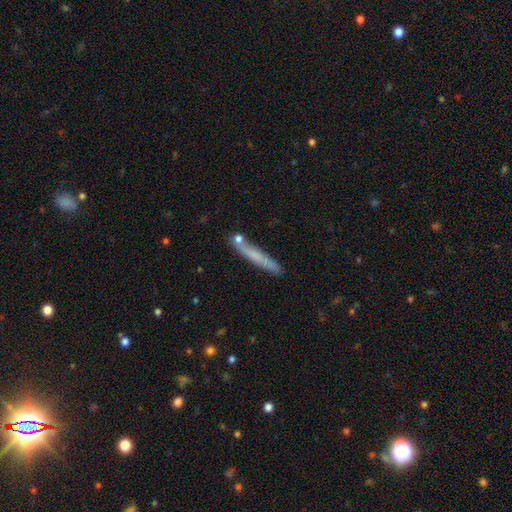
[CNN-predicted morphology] smooth-or-featured: smooth: 59% | featured or disk: 34% | star or artifact: 7%
  how-rounded: cigar-shaped: 95% | in between: 3% | round: 1%
  merging: none: 79% | minor disturbance: 13% | merger: 6% | major disturbance: 3%